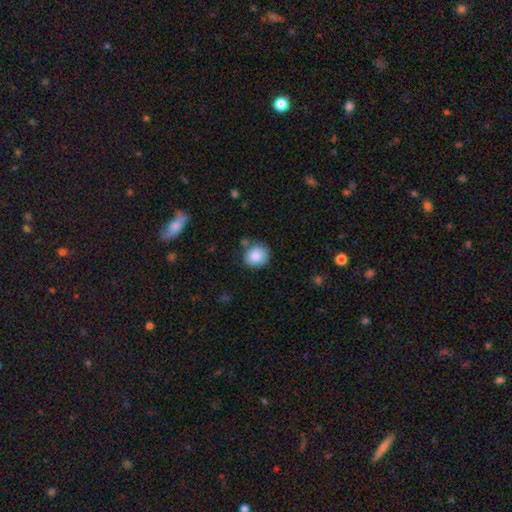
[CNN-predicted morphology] A smooth galaxy with no disk features (85%) that is round (82%).

Vote fractions:
- Smooth or featured? smooth: 85% / star or artifact: 8% / featured or disk: 7%
- How rounded? round: 82% / in between: 17% / cigar-shaped: 1%
- Merging? none: 75% / minor disturbance: 15% / merger: 6% / major disturbance: 4%